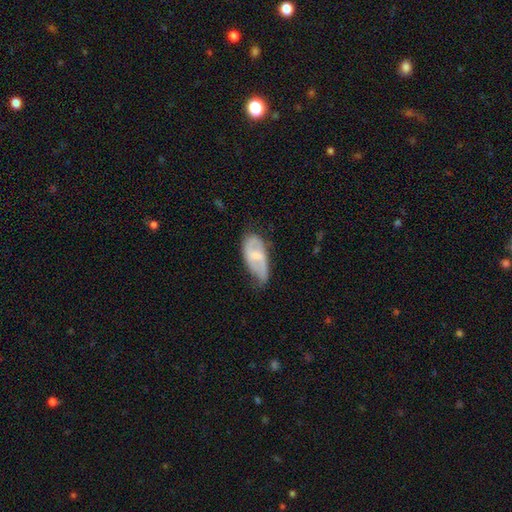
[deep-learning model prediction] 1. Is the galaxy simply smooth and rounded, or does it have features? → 53% featured or disk, 40% smooth, 6% star or artifact.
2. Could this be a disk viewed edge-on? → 93% no, 7% yes.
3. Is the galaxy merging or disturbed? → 45% none, 39% minor disturbance, 13% major disturbance, 2% merger.